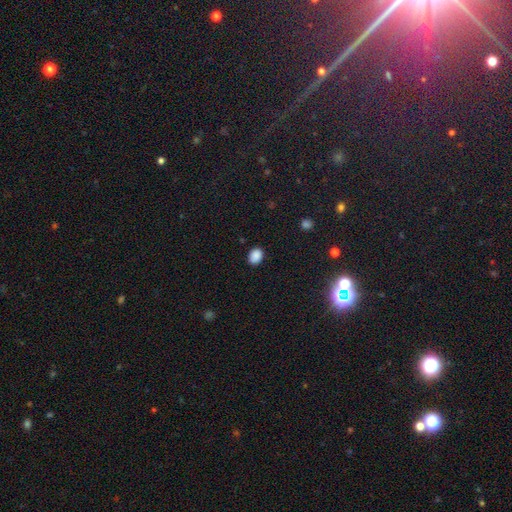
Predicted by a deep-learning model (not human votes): A smooth galaxy with no disk features (87%) that is in between round and cigar-shaped (64%).

Vote fractions:
- Smooth or featured? smooth: 87% / star or artifact: 10% / featured or disk: 3%
- How rounded? in between: 64% / round: 35% / cigar-shaped: 1%
- Merging? none: 85% / minor disturbance: 11% / major disturbance: 2% / merger: 1%